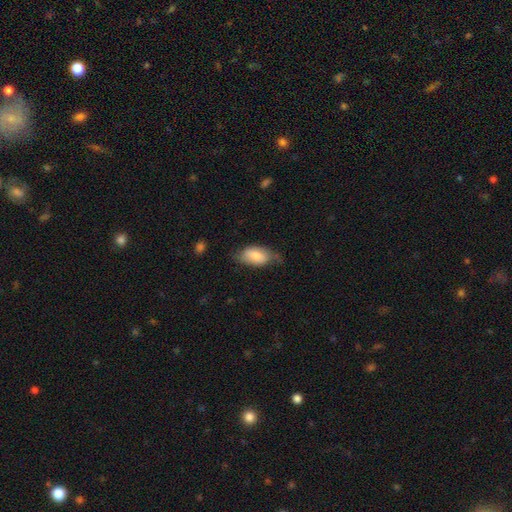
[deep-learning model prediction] This appears to be a smooth galaxy with no disk features (71%) that is in between round and cigar-shaped (92%). Merging: none (51%).